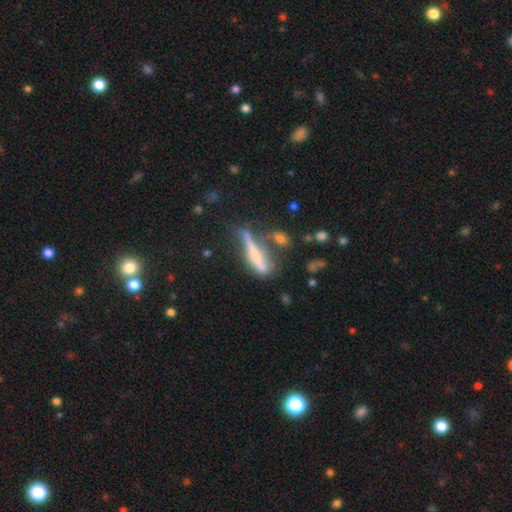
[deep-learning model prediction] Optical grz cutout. It shows a smooth galaxy with no disk features (47%). Merging: none (41%).